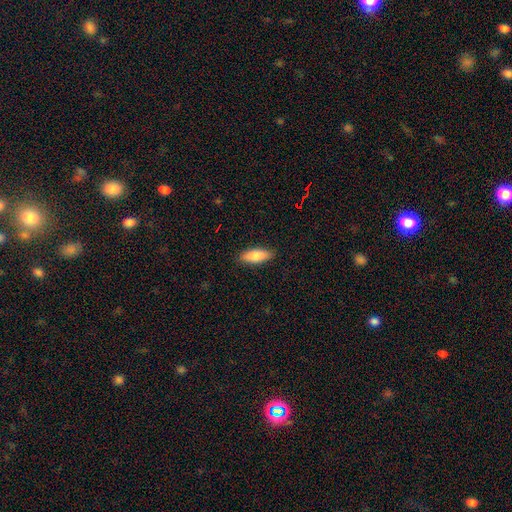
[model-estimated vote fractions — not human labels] A smooth galaxy with no disk features (84%) that is in between round and cigar-shaped (63%). Merging: none (88%).